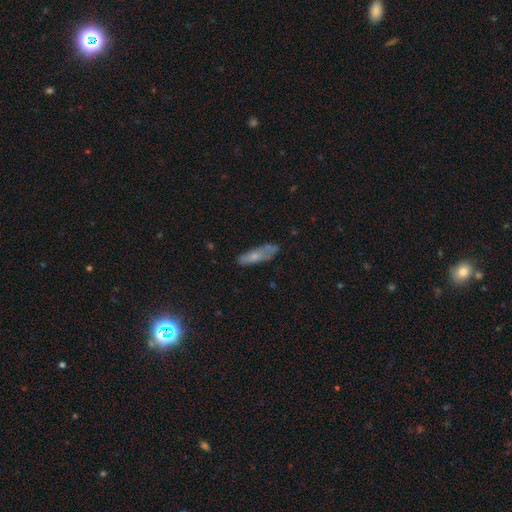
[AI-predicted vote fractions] Overall: smooth (61%; featured or disk 30%). How rounded: cigar-shaped (57%; in between 41%). Merging: none (64%; minor disturbance 25%).